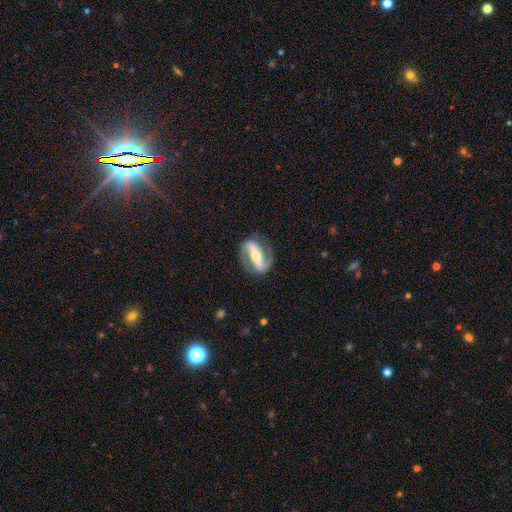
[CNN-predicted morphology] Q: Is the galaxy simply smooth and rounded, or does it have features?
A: featured or disk — 86%.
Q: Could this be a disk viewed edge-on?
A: no — 93%.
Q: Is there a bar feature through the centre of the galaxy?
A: strong — 72%.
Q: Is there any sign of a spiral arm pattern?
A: yes — 91%.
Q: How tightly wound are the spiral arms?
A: medium — 45%.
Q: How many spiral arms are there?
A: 2 — 89%.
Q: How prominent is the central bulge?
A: moderate — 50%.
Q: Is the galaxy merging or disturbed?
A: none — 81%.